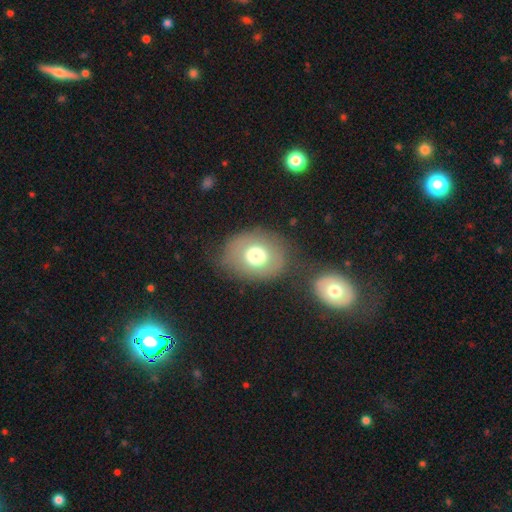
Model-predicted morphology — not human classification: The model was most divided on "how rounded": round: 51%, in between: 48%, cigar-shaped: 1%. More confident: merging — none (68%); smooth or featured — smooth (67%).